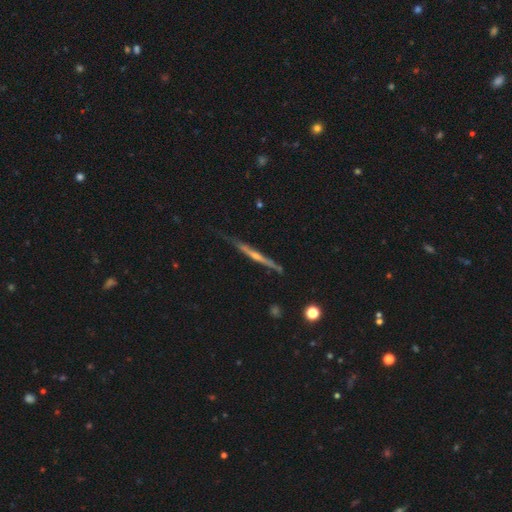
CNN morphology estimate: Smooth or featured? featured or disk (76%)
Edge-on disk? yes (97%)
Edge-on bulge? rounded (76%)
Merging? none (85%)